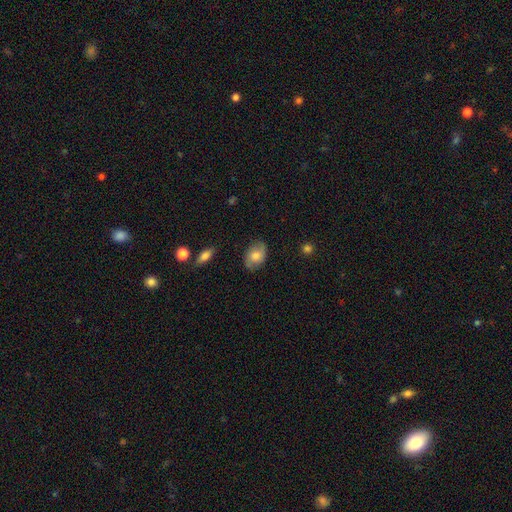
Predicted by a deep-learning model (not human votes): Overall: smooth (70%). How rounded: in between (77%). Merging: none (76%).